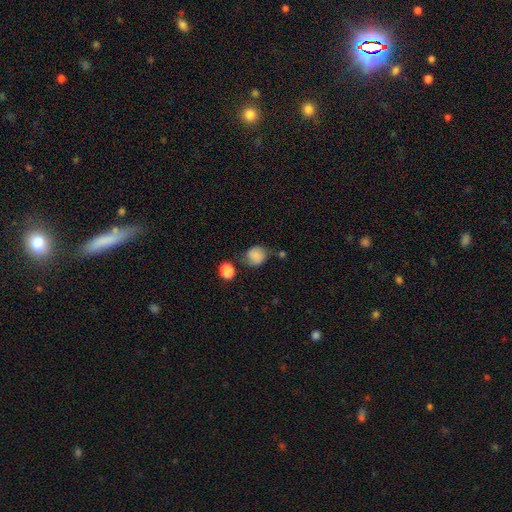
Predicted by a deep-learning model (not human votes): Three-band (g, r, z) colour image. It shows a smooth galaxy with no disk features (79%) that is round (74%). Merging: none (62%).